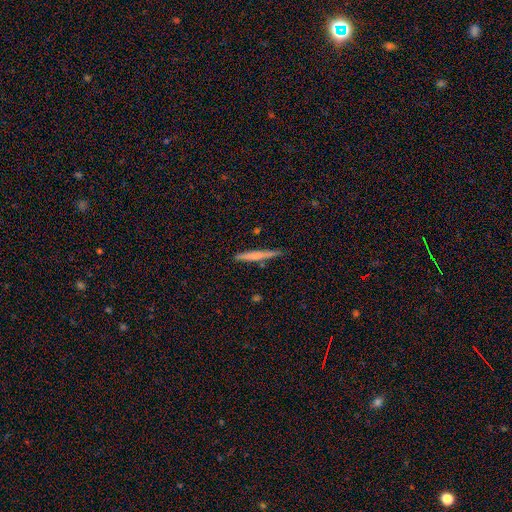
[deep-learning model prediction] This is possibly a smooth galaxy (59%). How rounded: clearly cigar-shaped (96%). Merging: clearly none (80%).